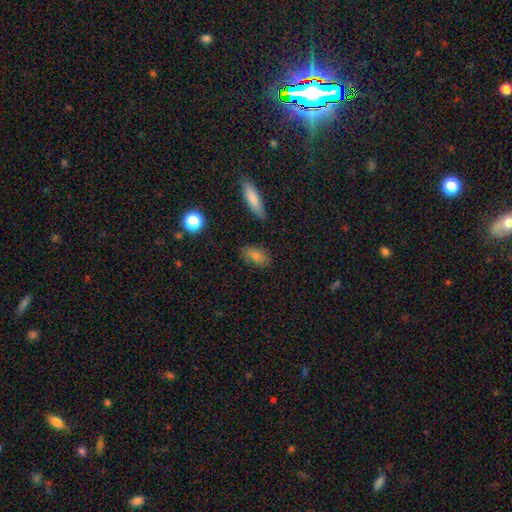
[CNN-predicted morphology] This is likely a smooth galaxy (69%). How rounded: clearly in between (82%). Merging: likely none (80%).